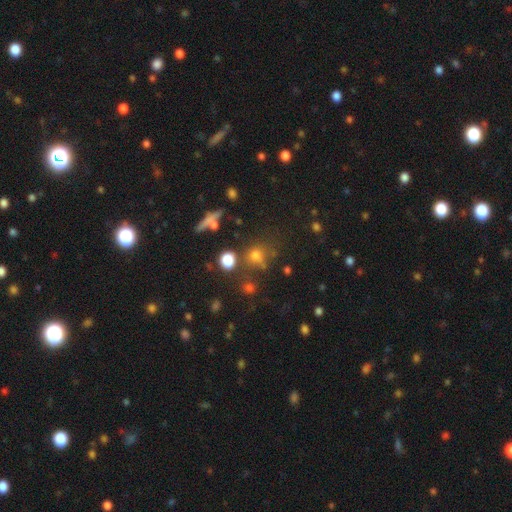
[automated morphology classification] type=smooth (62%); roundness=round (76%); merging=none (65%).